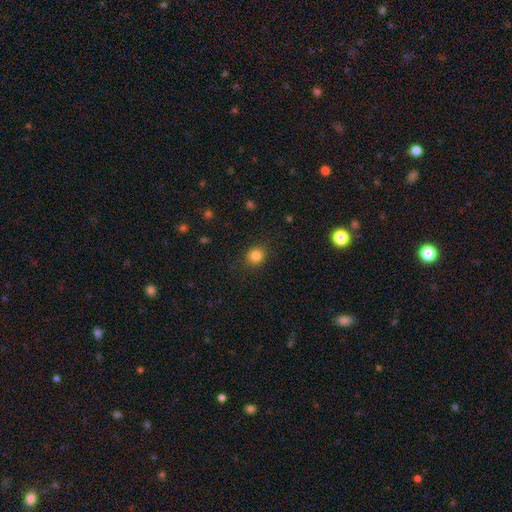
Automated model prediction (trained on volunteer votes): This is clearly a smooth galaxy (83%). How rounded: clearly round (81%). Merging: clearly none (88%).